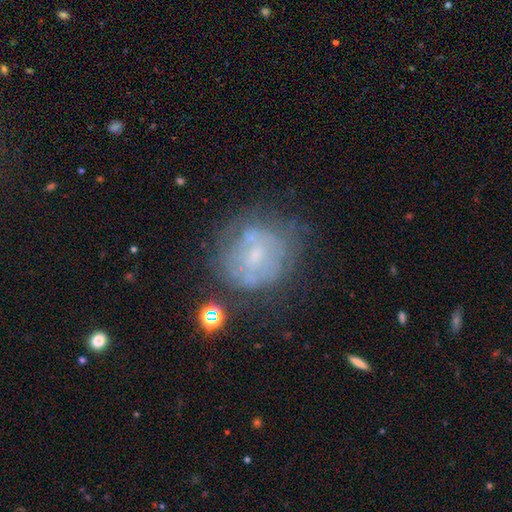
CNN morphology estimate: A featured or disk galaxy (54%) with no bar (64%), no spiral arms (63%) and a small central bulge (55%). Merging: none (58%).